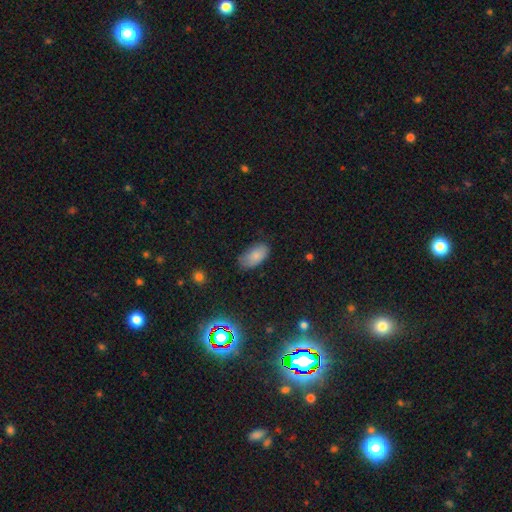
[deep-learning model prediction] Smooth or featured? smooth (81%)
How rounded? in between (94%)
Merging? none (74%)